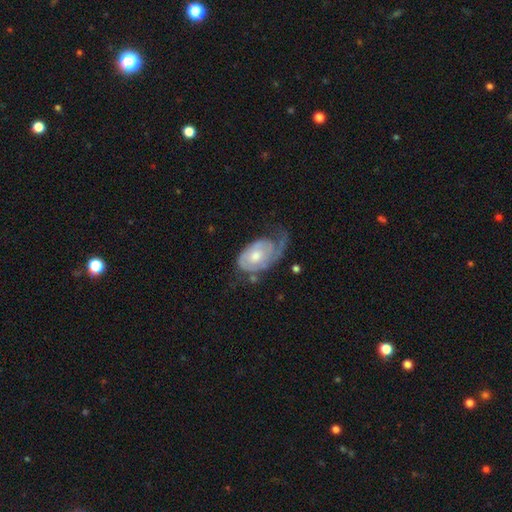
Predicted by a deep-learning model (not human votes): Smooth or featured?
  - featured or disk: 70% *
  - smooth: 25%
  - star or artifact: 5%
Edge-on disk?
  - no: 96% *
  - yes: 4%
Bar?
  - no: 78% *
  - weak: 19%
  - strong: 3%
Spiral arms?
  - yes: 81% *
  - no: 19%
Spiral winding?
  - tight: 49% *
  - medium: 29%
  - loose: 23%
Spiral arm count?
  - 1: 61% *
  - 2: 18%
  - can't tell: 17%
  - 3: 2%
  - 4: 1%
  - more than 4: 1%
Bulge size?
  - moderate: 64% *
  - small: 23%
  - large: 10%
  - none: 2%
  - dominant: 1%
Merging?
  - major disturbance: 39% *
  - none: 30%
  - minor disturbance: 27%
  - merger: 4%